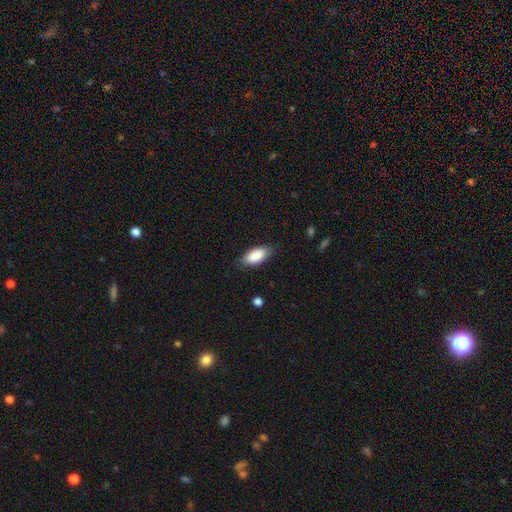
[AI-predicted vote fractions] Smooth or featured? smooth (87%)
How rounded? in between (88%)
Merging? none (82%)